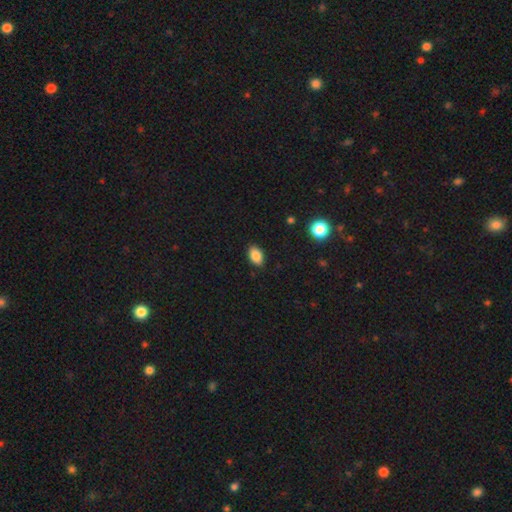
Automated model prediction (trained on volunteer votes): Smooth or featured?
  - smooth: 85% *
  - star or artifact: 9%
  - featured or disk: 6%
How rounded?
  - in between: 89% *
  - round: 9%
  - cigar-shaped: 1%
Merging?
  - none: 88% *
  - minor disturbance: 9%
  - major disturbance: 2%
  - merger: 1%